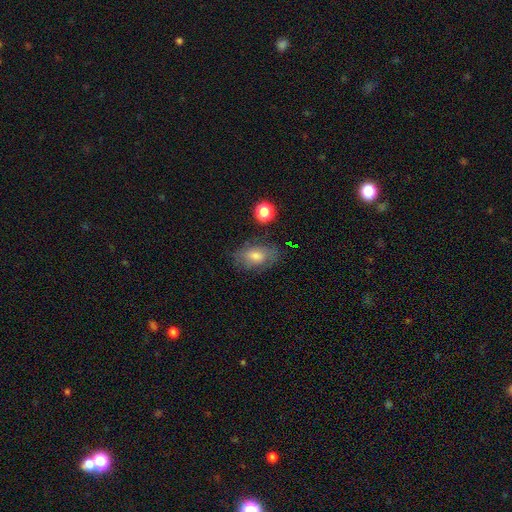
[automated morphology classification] Smooth or featured: smooth — 61% (featured or disk — 27%)
How rounded: in between — 86% (round — 12%)
Merging: none — 71% (minor disturbance — 19%)